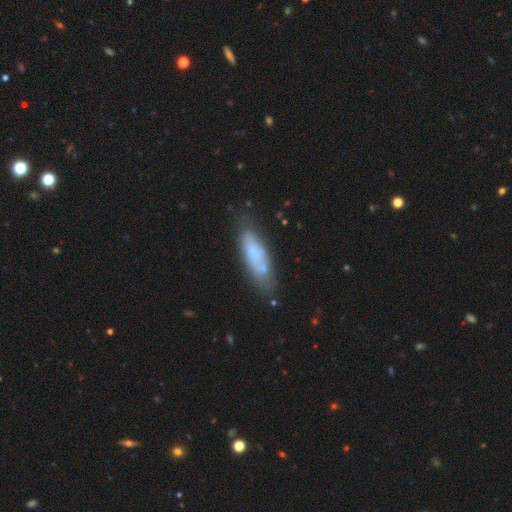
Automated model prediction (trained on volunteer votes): A smooth galaxy with no disk features (52%) that is in between round and cigar-shaped (52%).

Vote fractions:
- Smooth or featured? smooth: 52% / featured or disk: 39% / star or artifact: 9%
- How rounded? in between: 52% / cigar-shaped: 45% / round: 3%
- Merging? none: 63% / minor disturbance: 21% / merger: 9% / major disturbance: 7%